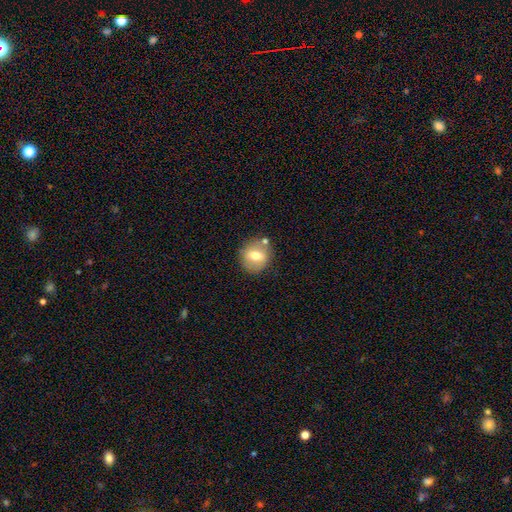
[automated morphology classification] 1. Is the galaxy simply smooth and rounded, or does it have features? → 60% smooth, 31% featured or disk, 9% star or artifact.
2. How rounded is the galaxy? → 81% round, 18% in between, 1% cigar-shaped.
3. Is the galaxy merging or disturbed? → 75% none, 13% minor disturbance, 8% merger, 4% major disturbance.